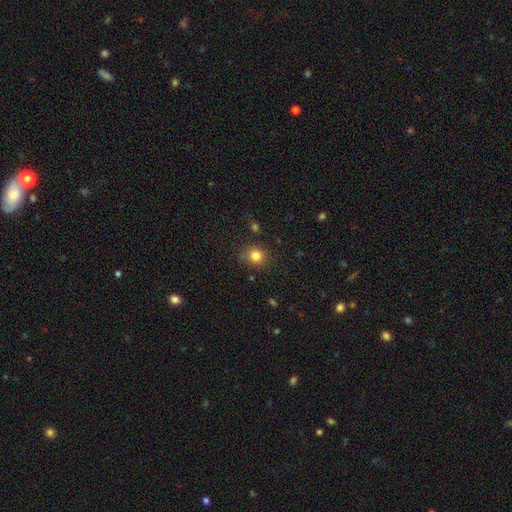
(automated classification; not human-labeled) Morphology: type=smooth (83%); roundness=round (78%); merging=none (82%).